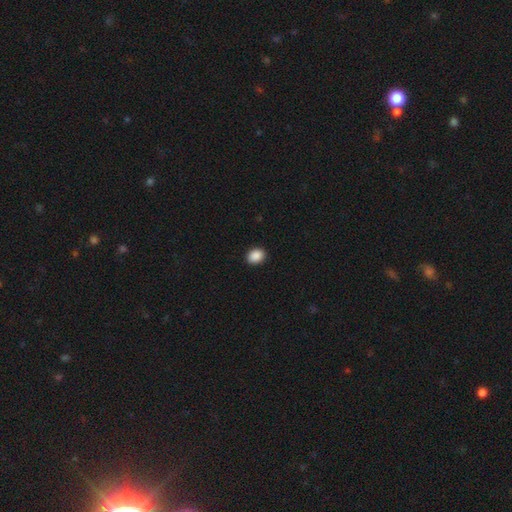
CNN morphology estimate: smooth 90%, star or artifact 8%, featured or disk 2%. Down the decision tree: how rounded — in between (56%); merging — none (91%).